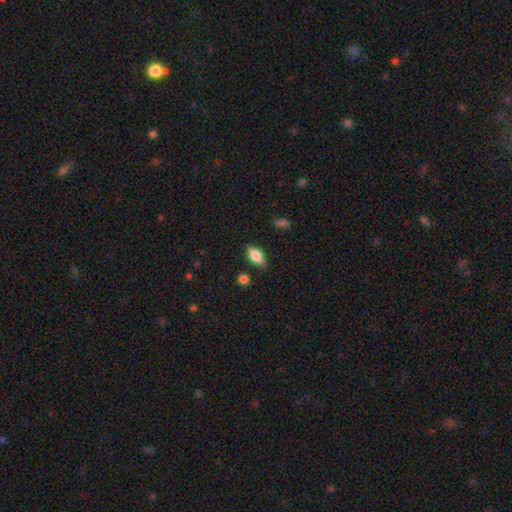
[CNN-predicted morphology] Overall: smooth (77%). How rounded: in between (86%). Merging: none (83%).